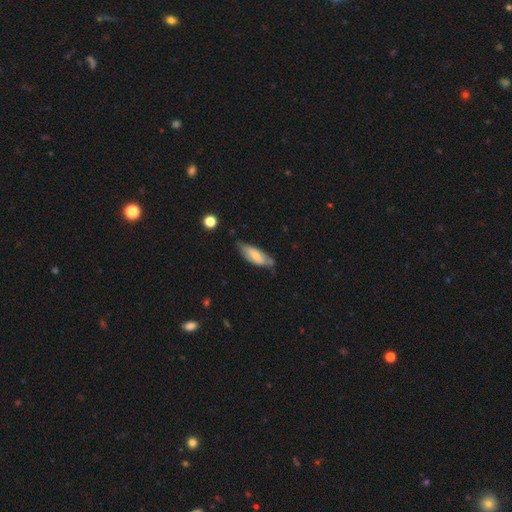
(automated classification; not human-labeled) Smooth or featured: smooth — 60% (featured or disk — 34%)
How rounded: in between — 64% (cigar-shaped — 34%)
Merging: none — 58% (minor disturbance — 32%)